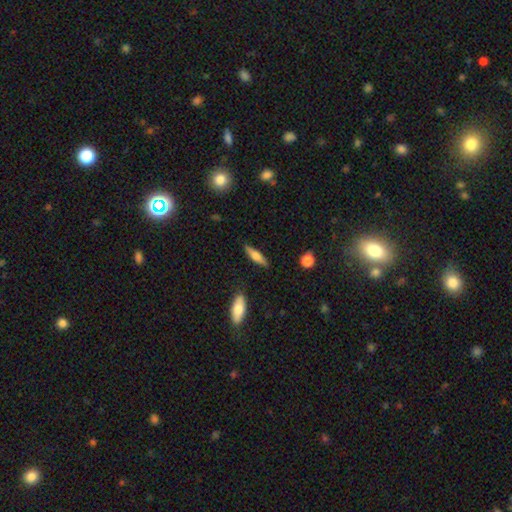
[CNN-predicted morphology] smooth-or-featured: smooth: 59% | featured or disk: 35% | star or artifact: 6%
  how-rounded: cigar-shaped: 66% | in between: 31% | round: 2%
  merging: none: 85% | minor disturbance: 10% | major disturbance: 2% | merger: 2%